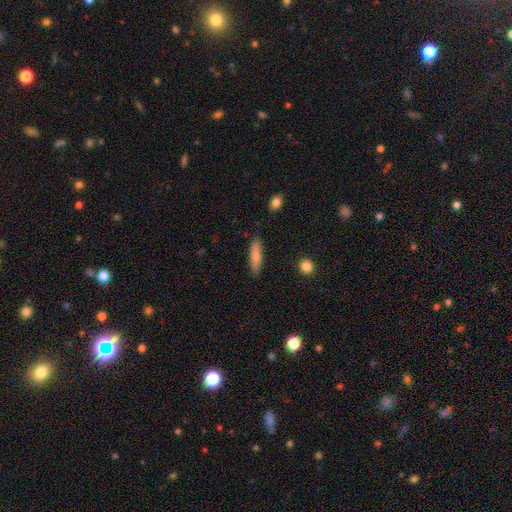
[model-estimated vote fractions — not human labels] This is likely a smooth galaxy (77%). How rounded: likely cigar-shaped (77%). Merging: clearly none (86%).